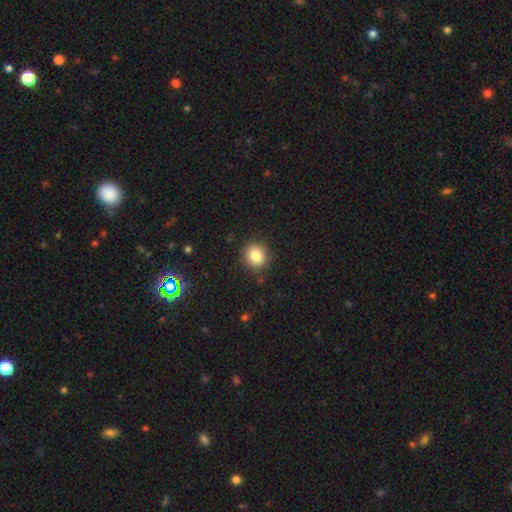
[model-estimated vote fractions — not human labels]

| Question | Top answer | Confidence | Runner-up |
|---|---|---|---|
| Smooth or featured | smooth | 85% | star or artifact (10%) |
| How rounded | round | 74% | in between (25%) |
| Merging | none | 88% | minor disturbance (8%) |